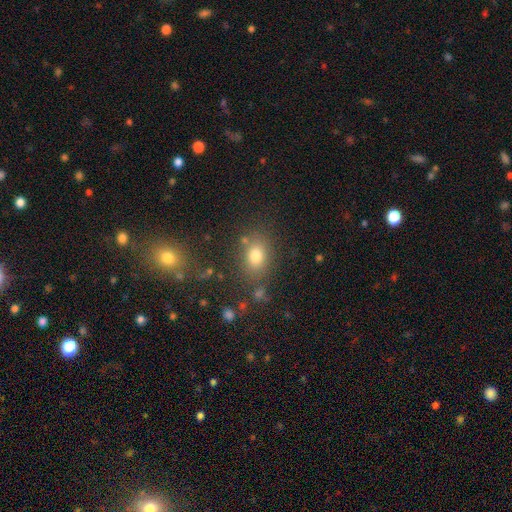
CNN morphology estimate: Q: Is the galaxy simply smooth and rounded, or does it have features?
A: smooth — 75%.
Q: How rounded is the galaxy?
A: in between — 64%.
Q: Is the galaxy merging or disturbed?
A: none — 76%.